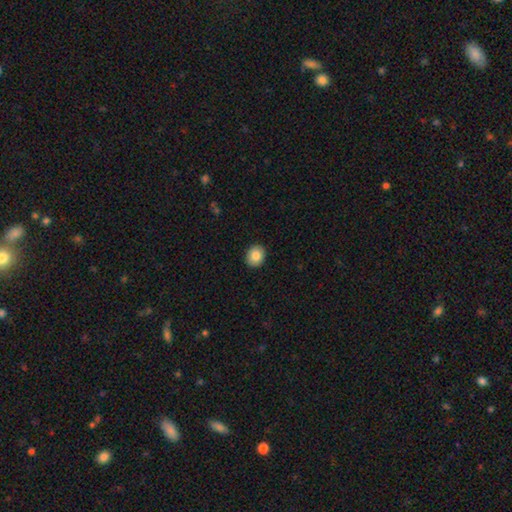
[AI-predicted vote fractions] This is clearly a smooth galaxy (86%). How rounded: likely round (67%). Merging: clearly none (91%).